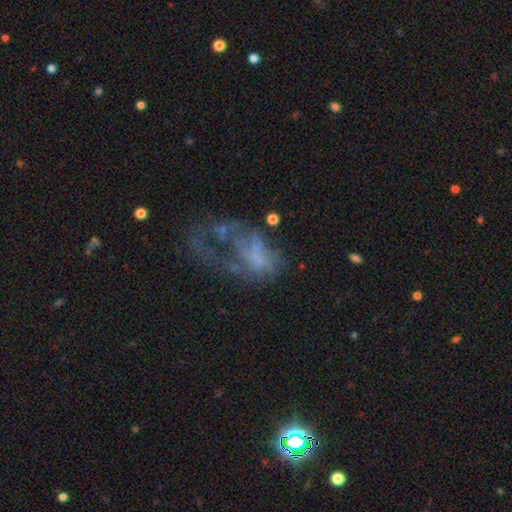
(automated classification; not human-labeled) Smooth or featured?
  - featured or disk: 59% *
  - smooth: 26%
  - star or artifact: 15%
Edge-on disk?
  - no: 97% *
  - yes: 3%
Bar?
  - no: 84% *
  - weak: 13%
  - strong: 3%
Spiral arms?
  - no: 79% *
  - yes: 21%
Bulge size?
  - none: 69% *
  - small: 15%
  - moderate: 11%
  - large: 4%
  - dominant: 1%
Merging?
  - major disturbance: 58% *
  - none: 19%
  - minor disturbance: 12%
  - merger: 10%